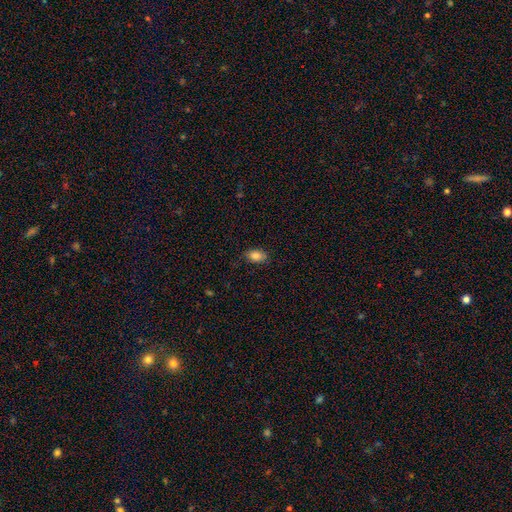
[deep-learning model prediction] A smooth galaxy with no disk features (85%) that is in between round and cigar-shaped (87%). Merging: none (82%).